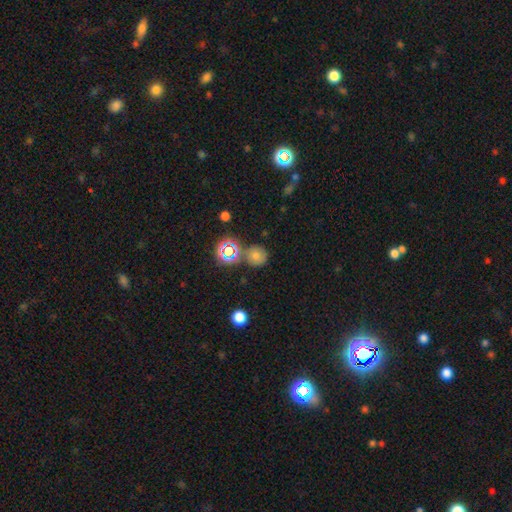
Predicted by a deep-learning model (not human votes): smooth_or_featured: smooth (p=0.64) [alt: star or artifact p=0.24]
how_rounded: round (p=0.86) [alt: in between p=0.13]
merging: none (p=0.68) [alt: minor disturbance p=0.14]